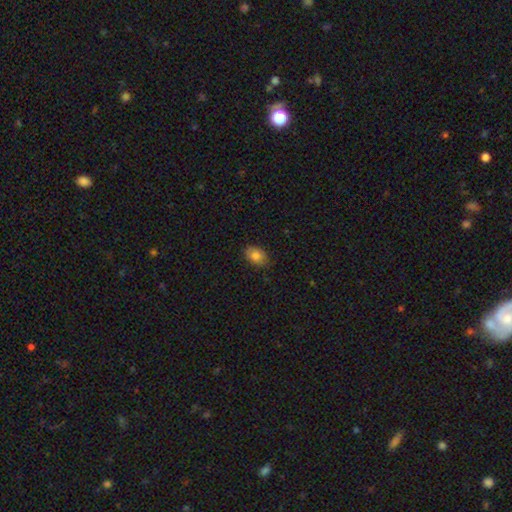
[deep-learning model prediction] Smooth or featured?
  - smooth: 82% *
  - featured or disk: 9%
  - star or artifact: 8%
How rounded?
  - in between: 81% *
  - round: 18%
  - cigar-shaped: 1%
Merging?
  - none: 81% *
  - minor disturbance: 15%
  - major disturbance: 3%
  - merger: 1%